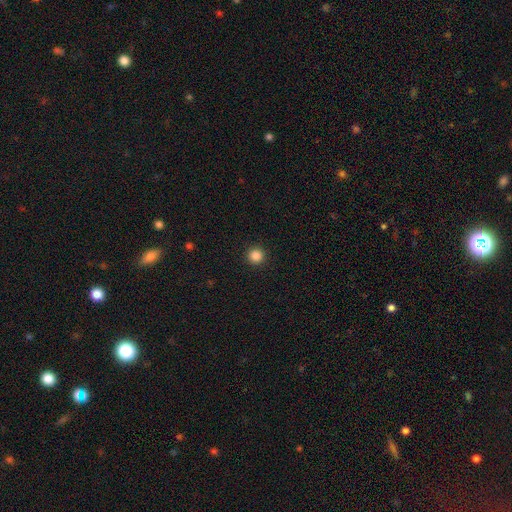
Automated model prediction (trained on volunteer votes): Morphology: type=smooth (85%); roundness=round (96%); merging=none (93%).